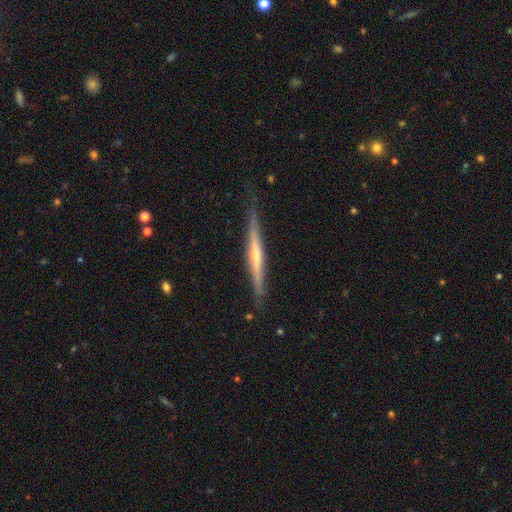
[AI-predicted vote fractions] smooth-or-featured: featured or disk: 73% | smooth: 21% | star or artifact: 6%
  disk-edge-on: yes: 98% | no: 2%
    edge-on-bulge: rounded: 65% | none: 27% | boxy: 8%
  merging: none: 86% | minor disturbance: 11% | major disturbance: 2% | merger: 1%